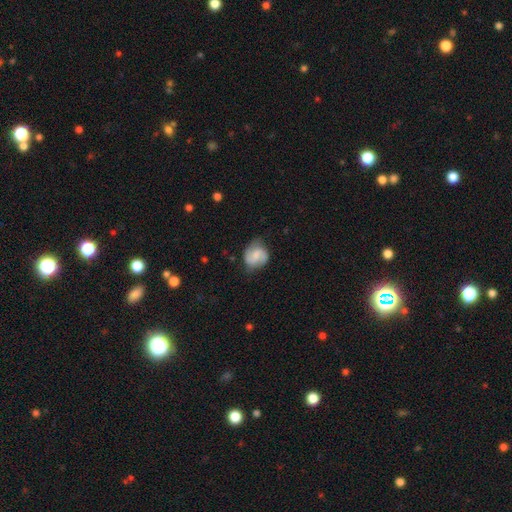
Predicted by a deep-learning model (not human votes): Smooth or featured: featured or disk — 59% (smooth — 34%)
Edge-on disk: no — 98% (yes — 2%)
Bar: weak — 47% (no — 38%)
Spiral arms: yes — 92% (no — 8%)
Spiral winding: medium — 47% (loose — 29%)
Spiral arm count: 2 — 86% (can't tell — 7%)
Bulge size: small — 35% (none — 31%)
Merging: none — 69% (minor disturbance — 22%)